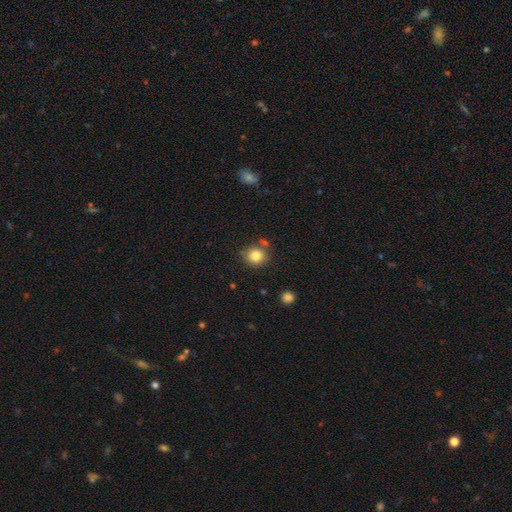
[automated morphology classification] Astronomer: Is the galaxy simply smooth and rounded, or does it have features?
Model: smooth — 83%.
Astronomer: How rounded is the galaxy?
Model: round — 81%.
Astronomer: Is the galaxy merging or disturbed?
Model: none — 75%.